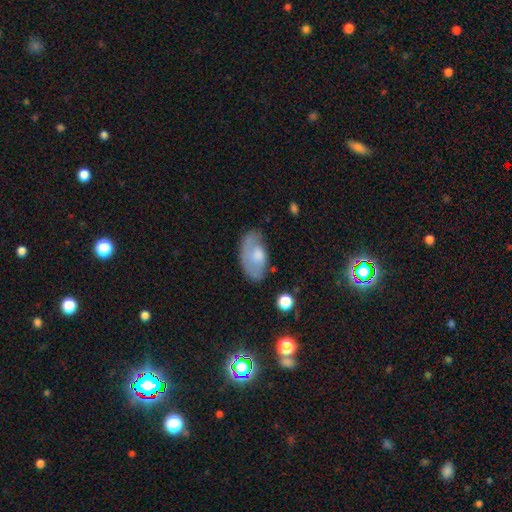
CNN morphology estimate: The model was most divided on "smooth or featured": smooth: 56%, featured or disk: 36%, star or artifact: 7%. More confident: how rounded — in between (92%); merging — none (54%).